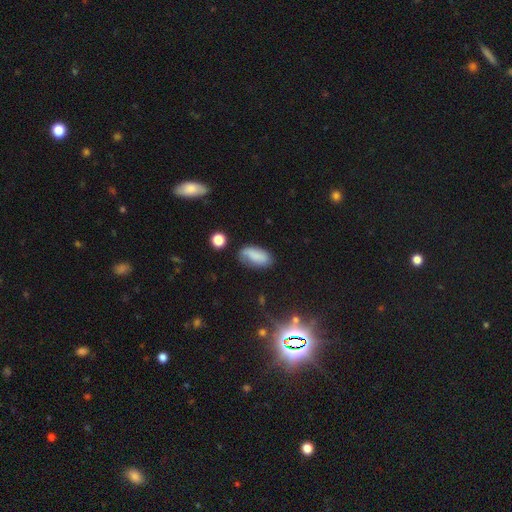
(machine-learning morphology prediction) Q: Smooth or featured?
A: smooth (73%); runner-up: featured or disk (18%)
Q: How rounded?
A: in between (90%); runner-up: cigar-shaped (6%)
Q: Merging?
A: none (59%); runner-up: minor disturbance (27%)